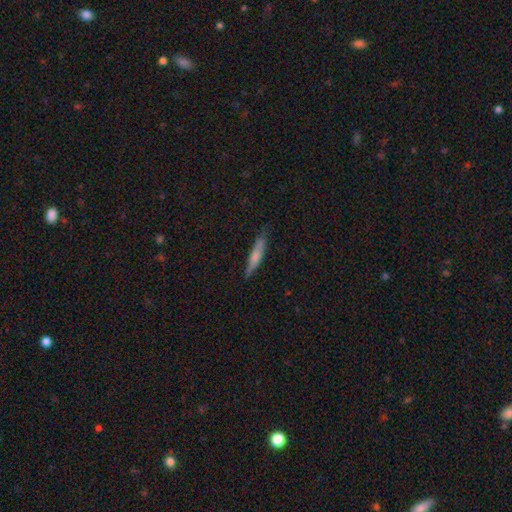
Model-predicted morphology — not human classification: smooth 65%, featured or disk 29%, star or artifact 6%. Down the decision tree: how rounded — cigar-shaped (88%); merging — none (76%).